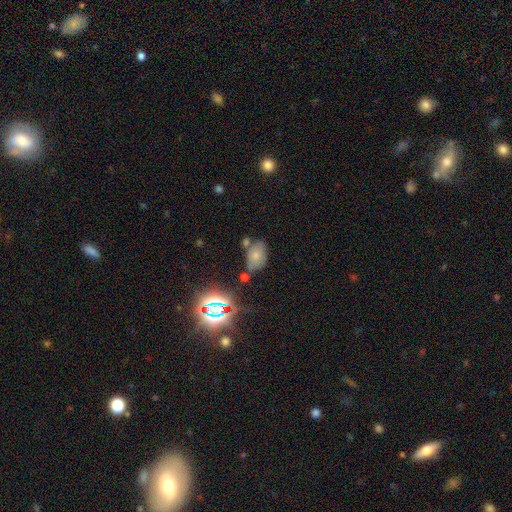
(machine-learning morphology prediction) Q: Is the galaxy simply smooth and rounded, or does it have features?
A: smooth — 64%.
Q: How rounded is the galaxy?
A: in between — 86%.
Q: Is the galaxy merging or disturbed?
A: none — 59%.